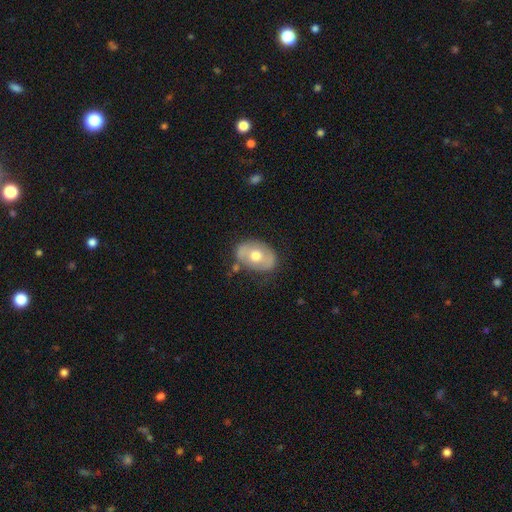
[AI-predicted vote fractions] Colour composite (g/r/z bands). It shows a smooth galaxy with no disk features (49%). Merging: none (73%).